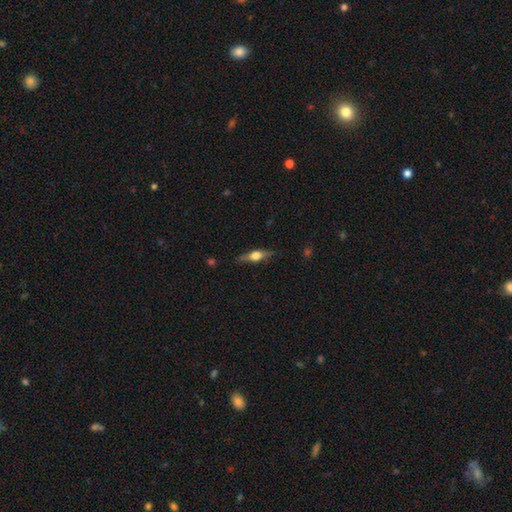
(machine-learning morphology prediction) The model was most divided on "smooth or featured": featured or disk: 62%, smooth: 31%, star or artifact: 7%. More confident: edge-on disk — yes (96%); edge-on bulge — rounded (92%); merging — none (85%).